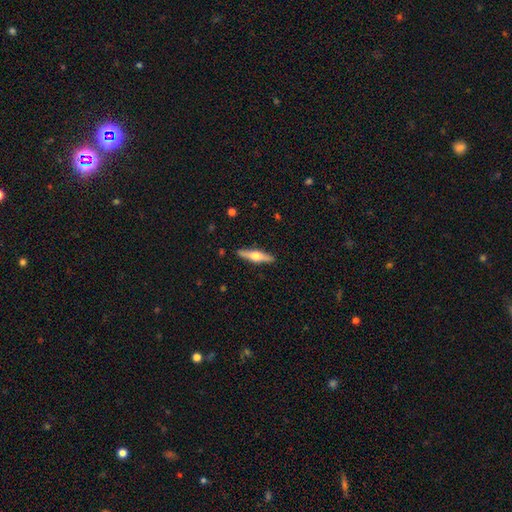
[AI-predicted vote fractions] featured or disk 58%, smooth 36%, star or artifact 5%. Down the decision tree: edge-on disk — yes (95%); edge-on bulge — rounded (95%); merging — none (91%).